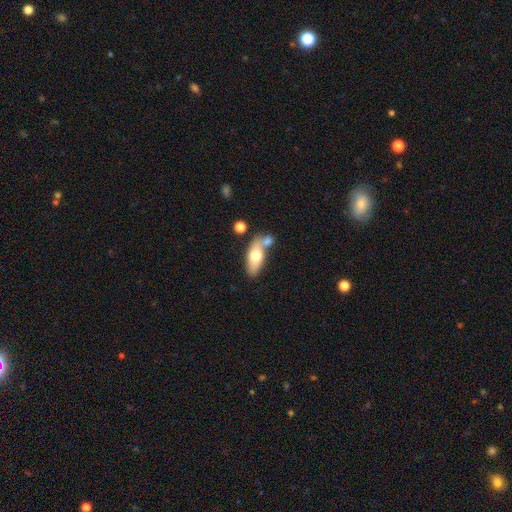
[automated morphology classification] The model was most divided on "merging": none: 51%, merger: 29%, minor disturbance: 15%, major disturbance: 5%. More confident: how rounded — in between (78%); smooth or featured — smooth (64%).